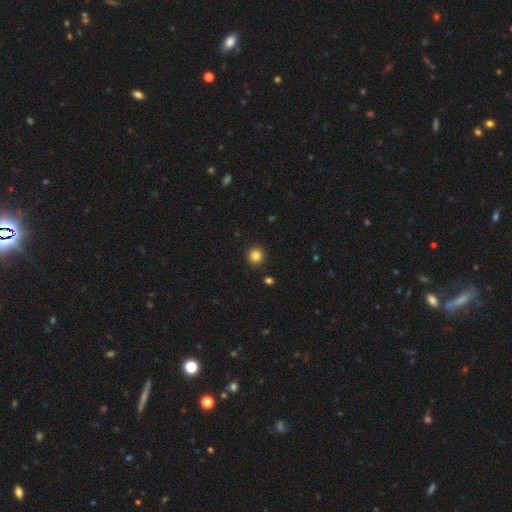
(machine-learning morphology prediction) Q: Smooth or featured?
A: smooth (84%); runner-up: star or artifact (11%)
Q: How rounded?
A: round (92%); runner-up: in between (7%)
Q: Merging?
A: none (92%); runner-up: minor disturbance (5%)